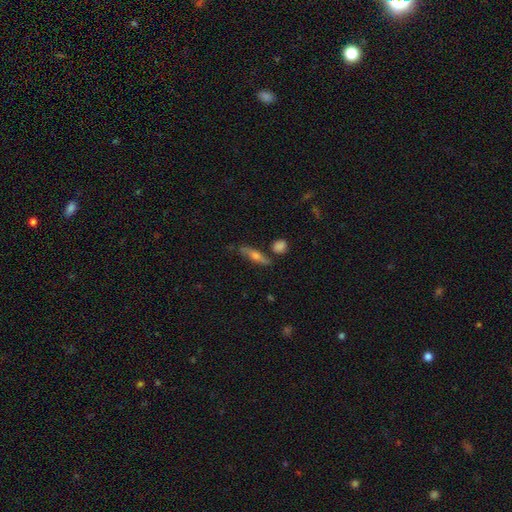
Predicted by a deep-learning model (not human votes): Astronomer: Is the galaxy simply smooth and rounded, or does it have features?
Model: smooth — 49% (runner-up: featured or disk, 44%).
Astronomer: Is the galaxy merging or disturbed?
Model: none — 74%.